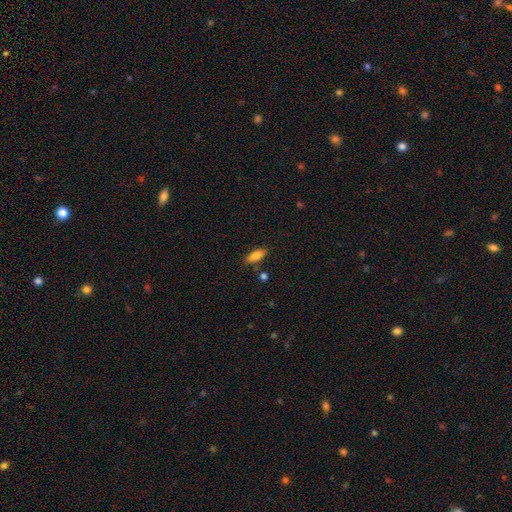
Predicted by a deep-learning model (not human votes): Smooth or featured?
  - smooth: 83% *
  - featured or disk: 9%
  - star or artifact: 8%
How rounded?
  - in between: 73% *
  - cigar-shaped: 24%
  - round: 3%
Merging?
  - none: 77% *
  - minor disturbance: 14%
  - merger: 6%
  - major disturbance: 3%